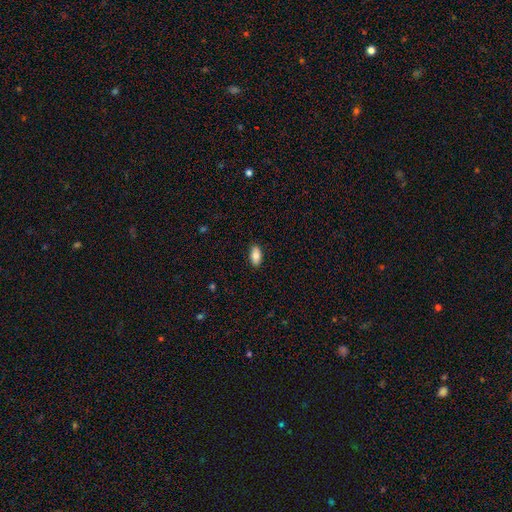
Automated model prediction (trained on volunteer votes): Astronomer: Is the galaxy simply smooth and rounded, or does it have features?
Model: smooth — 83%.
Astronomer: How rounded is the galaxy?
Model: in between — 92%.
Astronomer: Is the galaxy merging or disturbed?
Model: none — 88%.